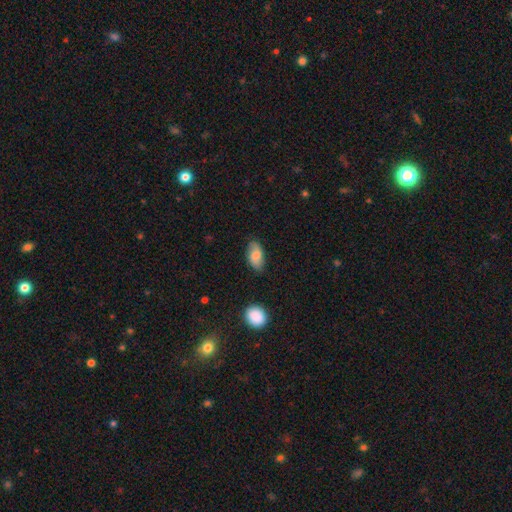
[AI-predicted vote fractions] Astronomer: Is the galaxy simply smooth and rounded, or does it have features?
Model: smooth — 79%.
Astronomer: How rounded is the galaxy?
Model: in between — 93%.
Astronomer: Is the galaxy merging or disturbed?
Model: none — 77%.